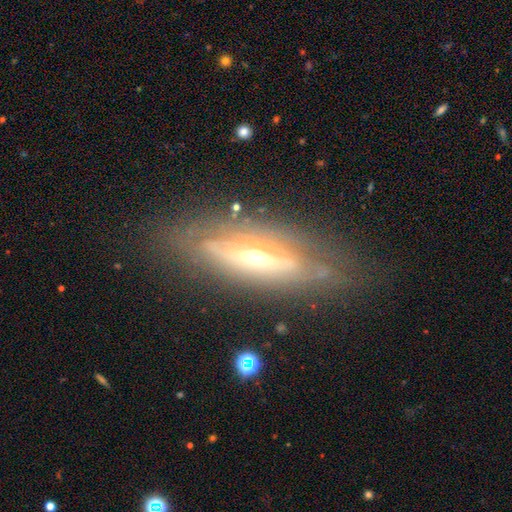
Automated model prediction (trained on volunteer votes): smooth_or_featured: featured or disk (p=0.74) [alt: smooth p=0.19]
disk_edge_on: yes (p=0.73) [alt: no p=0.27]
edge_on_bulge: rounded (p=0.85) [alt: none p=0.11]
merging: none (p=0.74) [alt: minor disturbance p=0.17]